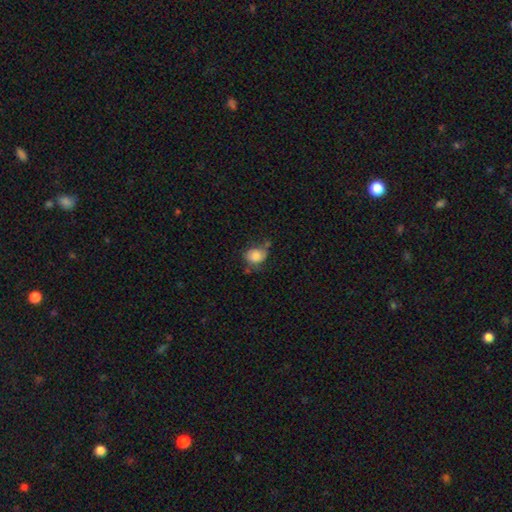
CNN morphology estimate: This appears to be a smooth galaxy with no disk features (78%) that is round (50%). Merging: none (40%).